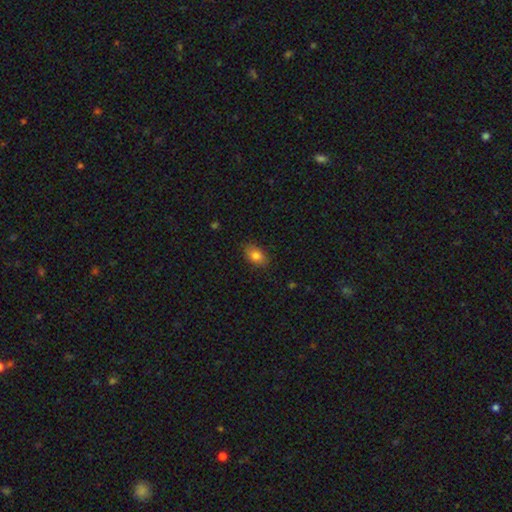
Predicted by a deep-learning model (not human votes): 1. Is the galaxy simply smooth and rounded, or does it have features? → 82% smooth, 9% featured or disk, 9% star or artifact.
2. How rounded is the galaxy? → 85% in between, 14% round, 2% cigar-shaped.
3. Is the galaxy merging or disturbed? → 84% none, 13% minor disturbance, 3% major disturbance, 1% merger.